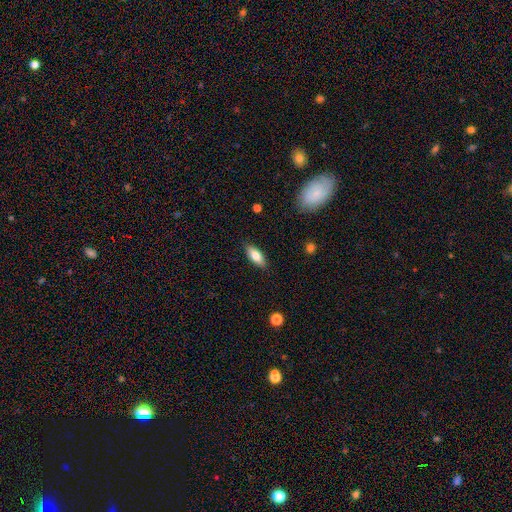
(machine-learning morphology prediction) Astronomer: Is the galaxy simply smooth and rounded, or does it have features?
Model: smooth — 79%.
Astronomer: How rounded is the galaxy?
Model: in between — 78%.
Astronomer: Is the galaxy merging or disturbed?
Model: none — 87%.